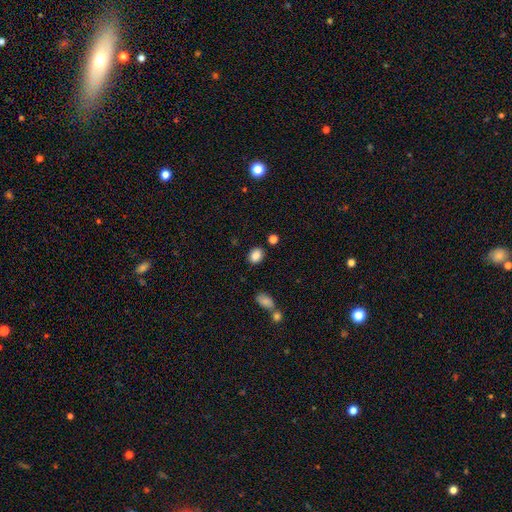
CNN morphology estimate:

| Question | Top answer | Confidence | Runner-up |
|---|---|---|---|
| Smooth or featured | smooth | 86% | star or artifact (9%) |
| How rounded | in between | 67% | round (32%) |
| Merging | none | 81% | minor disturbance (11%) |